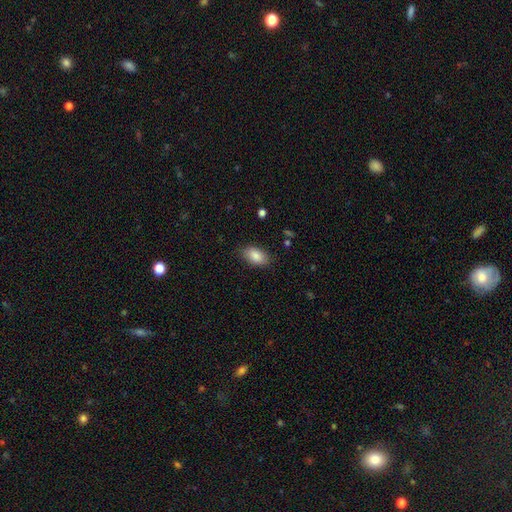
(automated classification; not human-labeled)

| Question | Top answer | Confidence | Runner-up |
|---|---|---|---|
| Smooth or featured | smooth | 86% | star or artifact (7%) |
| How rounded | in between | 92% | round (5%) |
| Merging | none | 83% | minor disturbance (13%) |